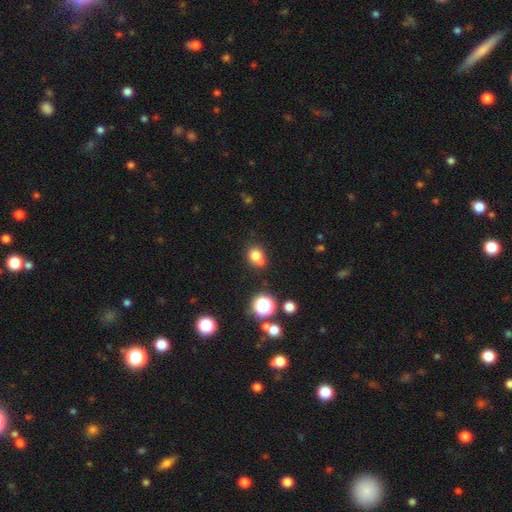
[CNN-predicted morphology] This is likely a smooth galaxy (76%). How rounded: likely round (73%). Merging: possibly none (54%).